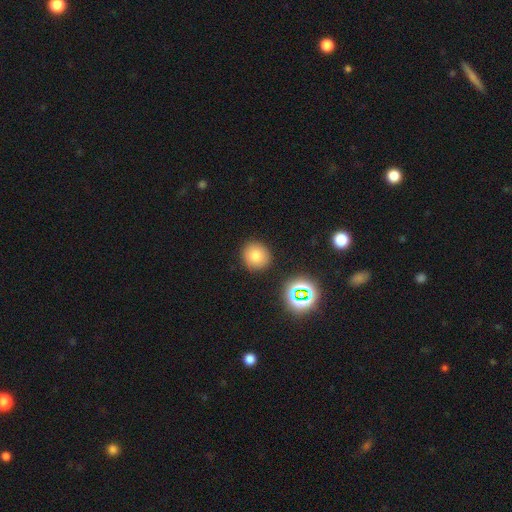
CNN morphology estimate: smooth_or_featured: smooth (p=0.76) [alt: star or artifact p=0.15]
how_rounded: round (p=0.89) [alt: in between p=0.10]
merging: none (p=0.88) [alt: minor disturbance p=0.07]